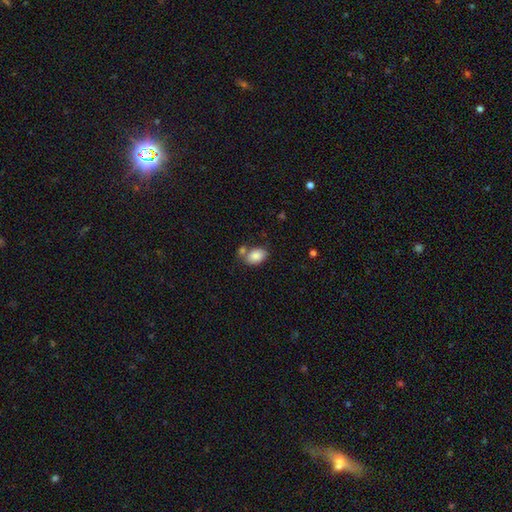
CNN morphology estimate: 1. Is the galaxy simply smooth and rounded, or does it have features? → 86% smooth, 7% star or artifact, 7% featured or disk.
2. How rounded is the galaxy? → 87% in between, 11% round, 1% cigar-shaped.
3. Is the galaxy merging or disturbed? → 59% none, 21% merger, 16% minor disturbance, 4% major disturbance.